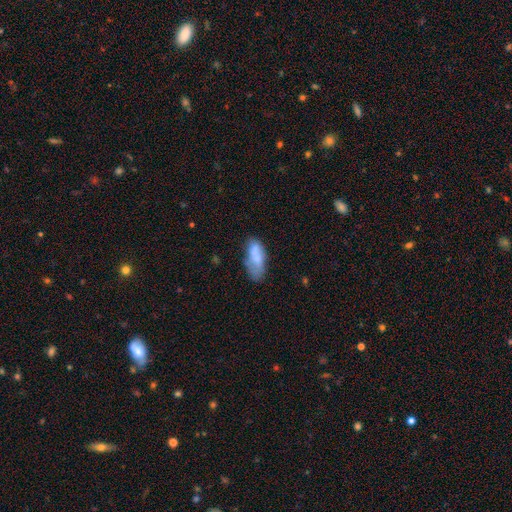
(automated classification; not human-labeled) Q: Smooth or featured?
A: smooth (72%); runner-up: featured or disk (20%)
Q: How rounded?
A: in between (83%); runner-up: cigar-shaped (15%)
Q: Merging?
A: none (45%); runner-up: minor disturbance (30%)